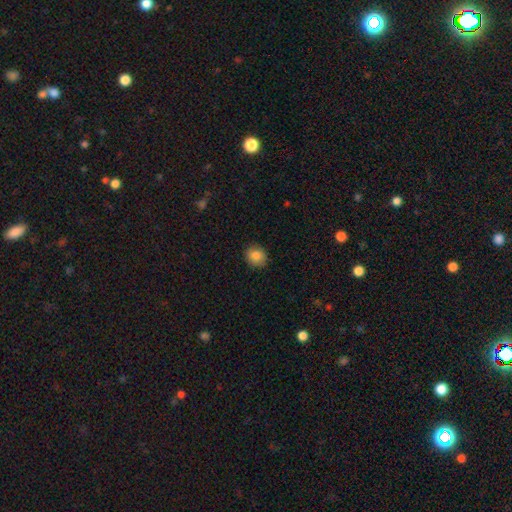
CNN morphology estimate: Smooth or featured? Predicted: smooth (p=0.86). How rounded? Predicted: round (p=0.77). Merging? Predicted: none (p=0.90).